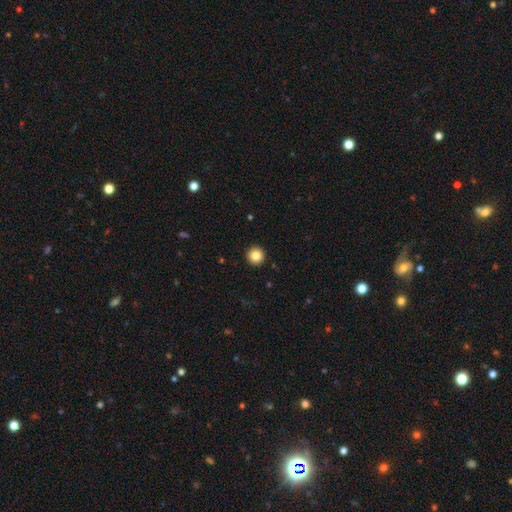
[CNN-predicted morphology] type=smooth (84%); roundness=round (96%); merging=none (94%).